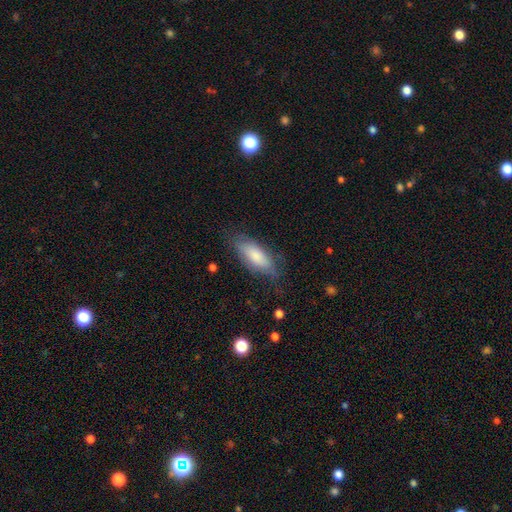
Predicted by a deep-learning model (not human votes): The model was most divided on "merging": none: 68%, minor disturbance: 23%, major disturbance: 8%, merger: 1%. More confident: how rounded — in between (74%); smooth or featured — smooth (71%).